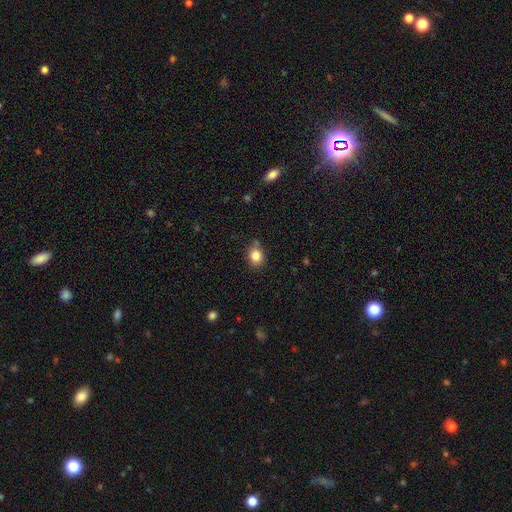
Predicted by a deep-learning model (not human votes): smooth_or_featured: smooth (p=0.84) [alt: star or artifact p=0.10]
how_rounded: round (p=0.56) [alt: in between p=0.43]
merging: none (p=0.74) [alt: minor disturbance p=0.18]